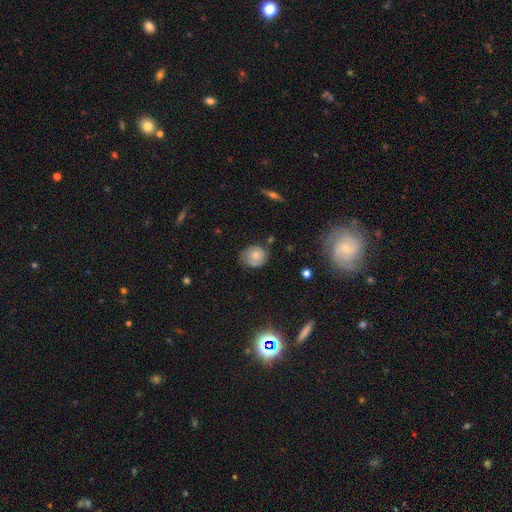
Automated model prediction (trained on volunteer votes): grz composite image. It shows a smooth galaxy with no disk features (64%) that is round (70%). Merging: none (57%).